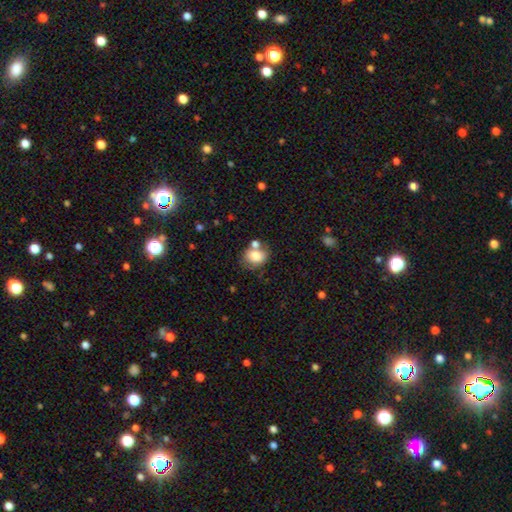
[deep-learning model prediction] Smooth or featured? smooth (78%)
How rounded? round (53%)
Merging? none (55%)